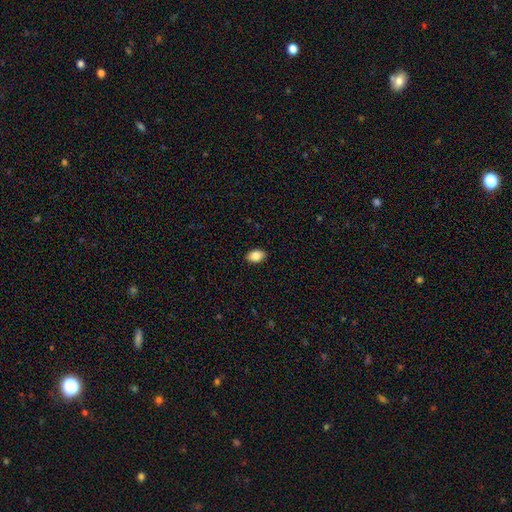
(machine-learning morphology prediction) Smooth or featured?
  - smooth: 86% *
  - star or artifact: 8%
  - featured or disk: 6%
How rounded?
  - in between: 86% *
  - round: 12%
  - cigar-shaped: 1%
Merging?
  - none: 89% *
  - minor disturbance: 8%
  - major disturbance: 2%
  - merger: 1%